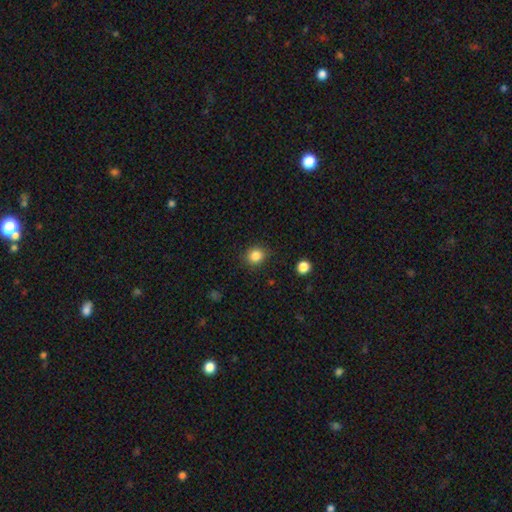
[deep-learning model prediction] Smooth or featured: smooth — 85% (star or artifact — 11%)
How rounded: round — 84% (in between — 15%)
Merging: none — 87% (minor disturbance — 8%)